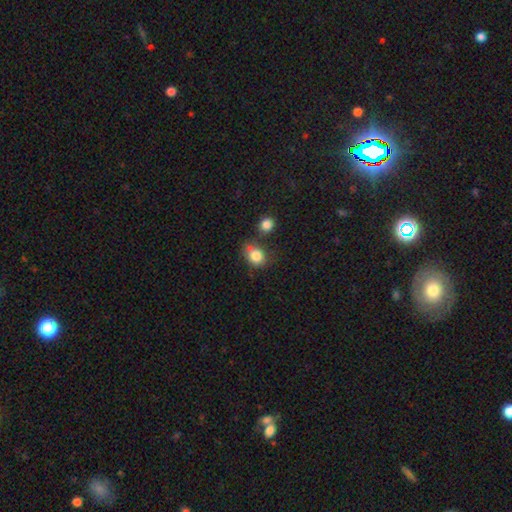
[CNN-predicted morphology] A smooth galaxy with no disk features (82%) that is round (56%). Merging: none (50%).